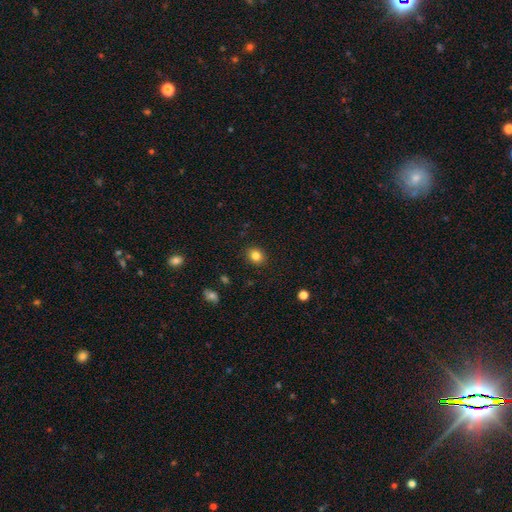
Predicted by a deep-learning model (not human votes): Smooth or featured? smooth (83%)
How rounded? round (72%)
Merging? none (90%)